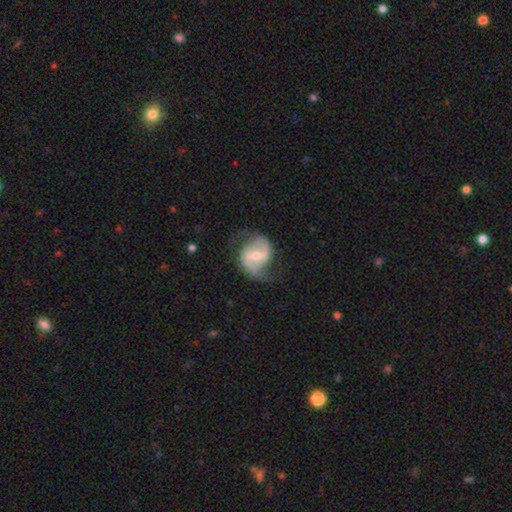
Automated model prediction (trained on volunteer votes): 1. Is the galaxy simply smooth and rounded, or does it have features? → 84% featured or disk, 11% smooth, 5% star or artifact.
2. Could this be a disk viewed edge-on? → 98% no, 2% yes.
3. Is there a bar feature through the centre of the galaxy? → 48% weak, 26% strong, 25% no.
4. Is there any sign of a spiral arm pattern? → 94% yes, 6% no.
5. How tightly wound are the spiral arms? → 48% medium, 36% loose, 16% tight.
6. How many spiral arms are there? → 91% 2, 4% can't tell, 3% 1, 1% 3, 1% 4, 1% more than 4.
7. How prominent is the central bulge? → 58% moderate, 36% small, 3% large, 2% none, 1% dominant.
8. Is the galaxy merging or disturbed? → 70% none, 18% minor disturbance, 10% major disturbance, 1% merger.